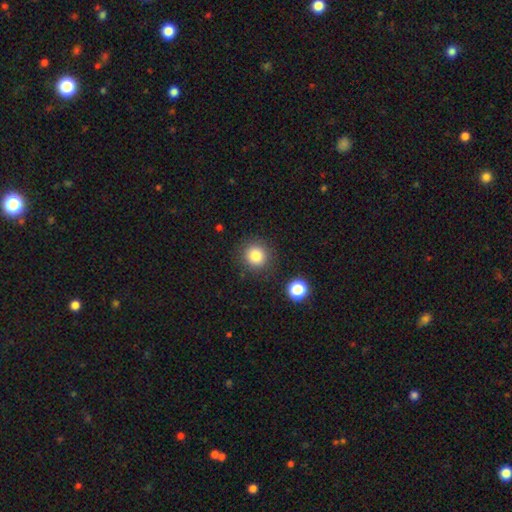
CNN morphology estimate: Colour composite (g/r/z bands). It shows a smooth galaxy with no disk features (83%) that is round (92%). Merging: none (87%).